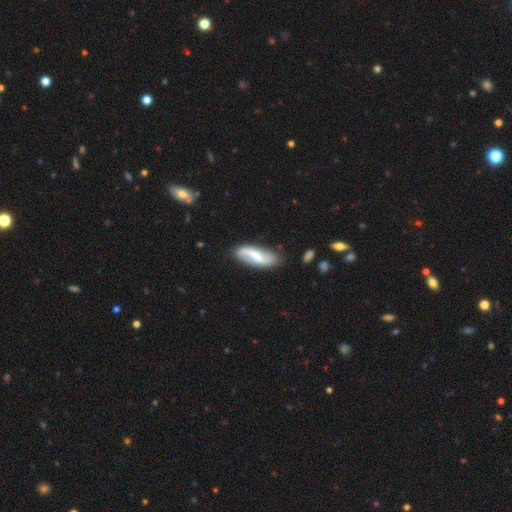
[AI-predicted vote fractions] The model was most divided on "bulge size": moderate: 38%, small: 33%, none: 16%, large: 11%, dominant: 2%. Remaining: edge-on disk — no (90%); spiral arms — yes (86%); merging — none (74%); smooth or featured — featured or disk (60%); bar — weak (43%).